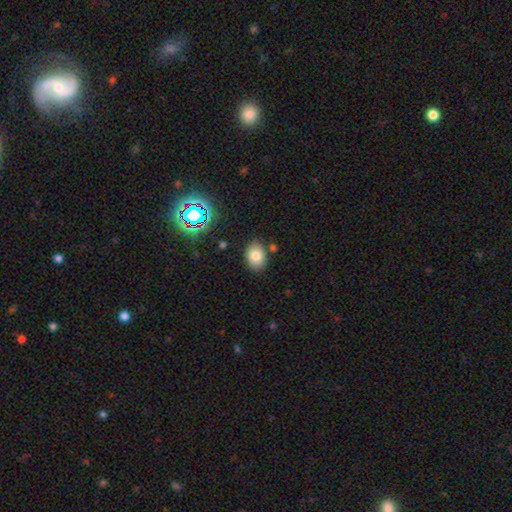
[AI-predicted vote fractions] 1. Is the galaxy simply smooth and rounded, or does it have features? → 78% smooth, 12% star or artifact, 10% featured or disk.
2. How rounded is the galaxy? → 73% in between, 26% round, 1% cigar-shaped.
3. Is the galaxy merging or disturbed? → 81% none, 12% minor disturbance, 5% merger, 3% major disturbance.